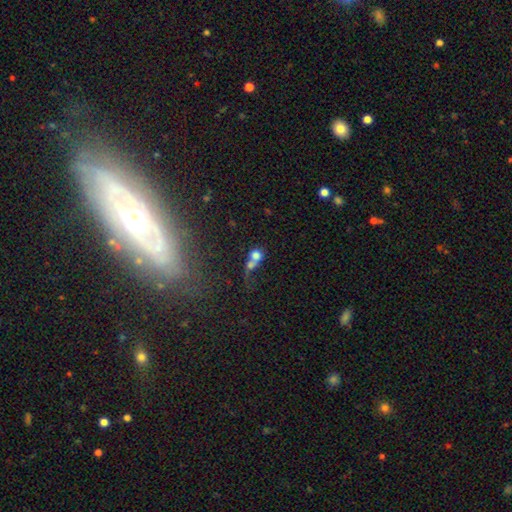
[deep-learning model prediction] Smooth or featured?
  - smooth: 68% *
  - featured or disk: 19%
  - star or artifact: 13%
How rounded?
  - round: 69% *
  - in between: 28%
  - cigar-shaped: 3%
Merging?
  - merger: 66% *
  - none: 18%
  - major disturbance: 9%
  - minor disturbance: 7%